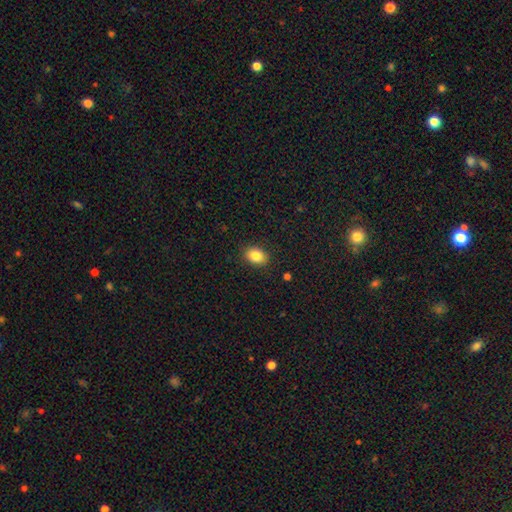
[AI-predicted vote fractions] Morphology: type=smooth (84%); roundness=in between (73%); merging=none (88%).